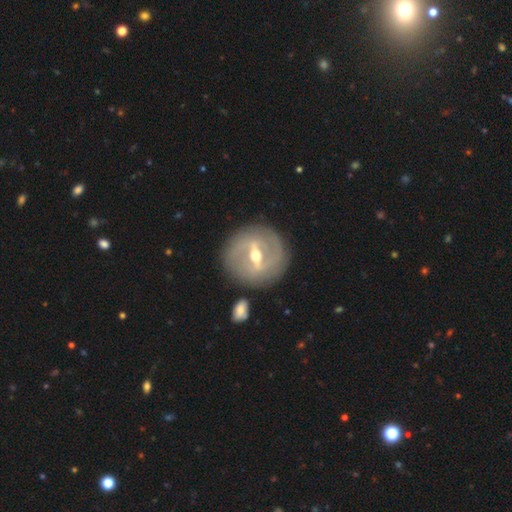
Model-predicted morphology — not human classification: This appears to be a featured or disk galaxy (81%) with a strong bar (67%), no spiral arms (50%, tied with yes) and a moderate central bulge (73%). Merging: none (84%).